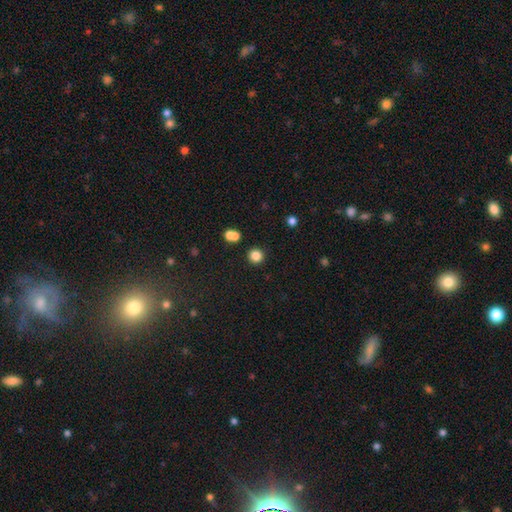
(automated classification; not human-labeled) This appears to be a smooth galaxy with no disk features (83%) that is round (93%). Merging: none (85%).